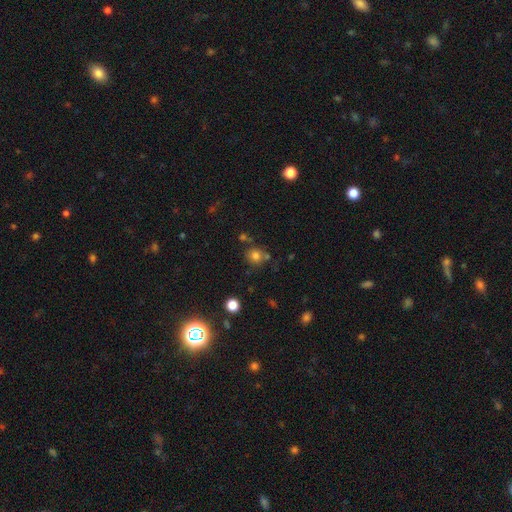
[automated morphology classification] This appears to be a smooth galaxy with no disk features (76%) that is round (87%). Merging: none (69%).